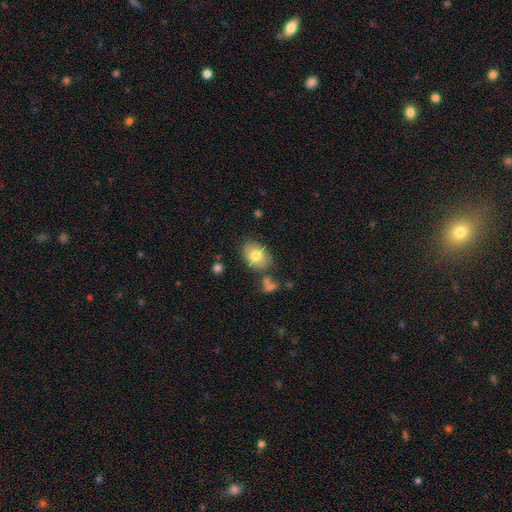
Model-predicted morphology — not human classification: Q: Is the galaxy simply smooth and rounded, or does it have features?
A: smooth — 76%.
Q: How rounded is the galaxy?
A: in between — 77%.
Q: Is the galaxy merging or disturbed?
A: none — 73%.